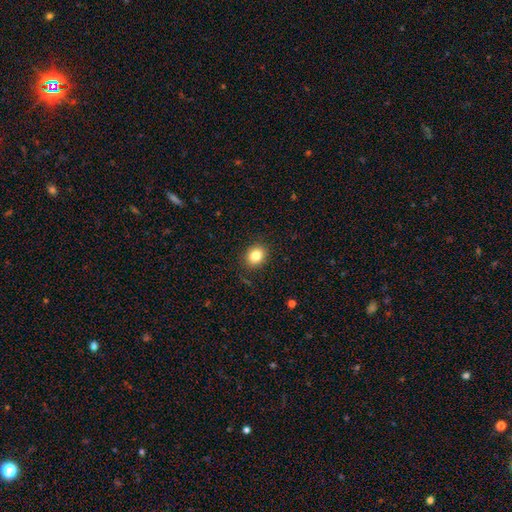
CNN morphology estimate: type=smooth (83%); roundness=round (65%); merging=none (88%).